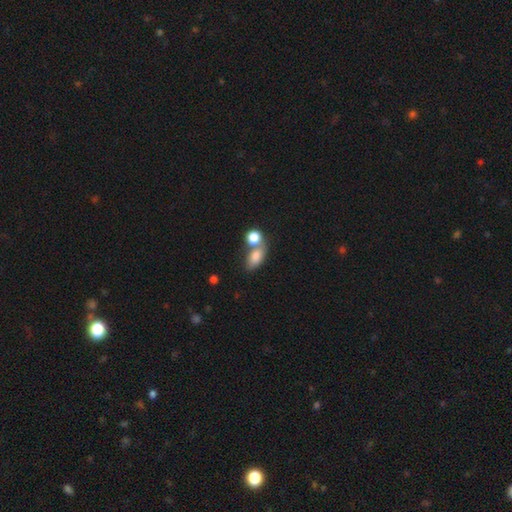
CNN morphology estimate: This appears to be a smooth galaxy with no disk features (80%) that is in between round and cigar-shaped (81%). Merging: merger (45%).